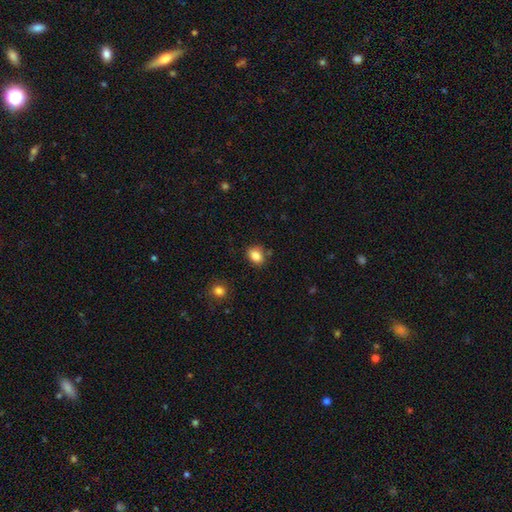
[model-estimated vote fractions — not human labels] This appears to be a smooth galaxy with no disk features (86%) that is in between round and cigar-shaped (65%). Merging: none (79%).